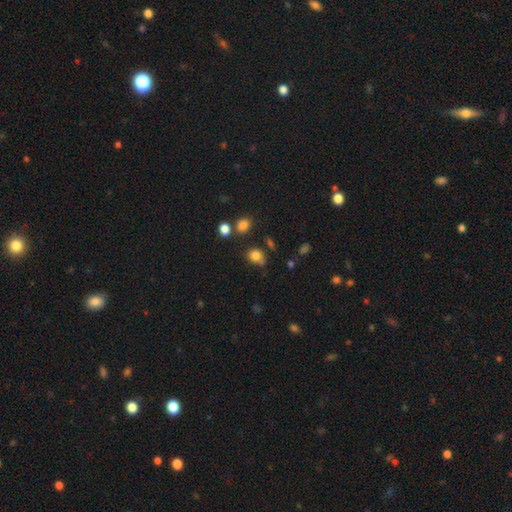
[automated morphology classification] The model was most divided on "how rounded": round: 55%, in between: 44%, cigar-shaped: 1%. More confident: smooth or featured — smooth (81%); merging — none (60%).